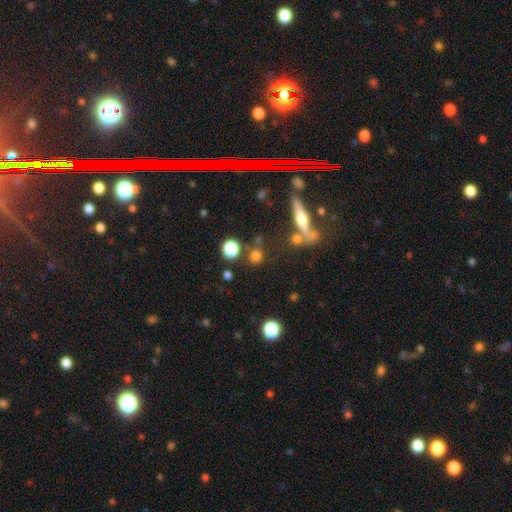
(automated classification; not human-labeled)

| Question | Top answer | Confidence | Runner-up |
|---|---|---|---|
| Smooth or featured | smooth | 71% | star or artifact (17%) |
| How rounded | round | 86% | in between (11%) |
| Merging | none | 73% | merger (13%) |